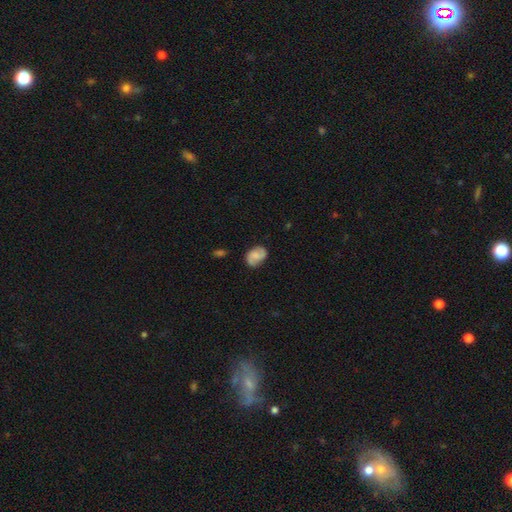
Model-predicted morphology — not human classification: Smooth or featured? featured or disk (57%)
Edge-on disk? no (97%)
Bar? no (48%)
Spiral arms? yes (92%)
Spiral winding? medium (45%)
Spiral arm count? 2 (88%)
Bulge size? none (38%)
Merging? none (77%)